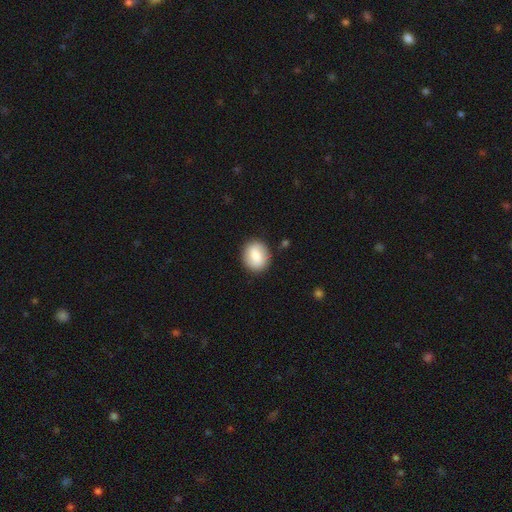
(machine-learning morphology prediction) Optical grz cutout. It shows a smooth galaxy with no disk features (77%) that is round (65%). Merging: none (87%).